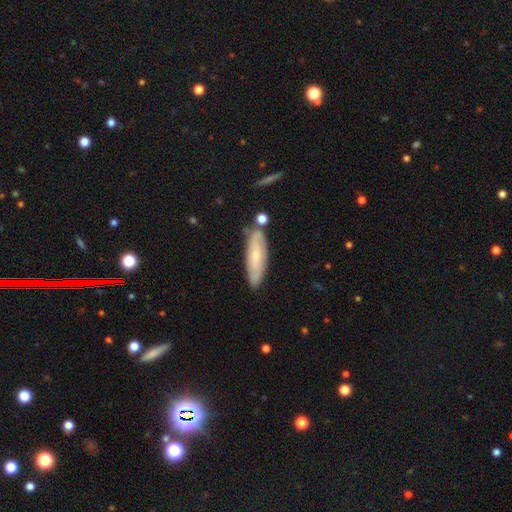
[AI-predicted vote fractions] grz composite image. It shows a smooth galaxy with no disk features (54%) that is cigar-shaped (53%). Merging: none (74%).